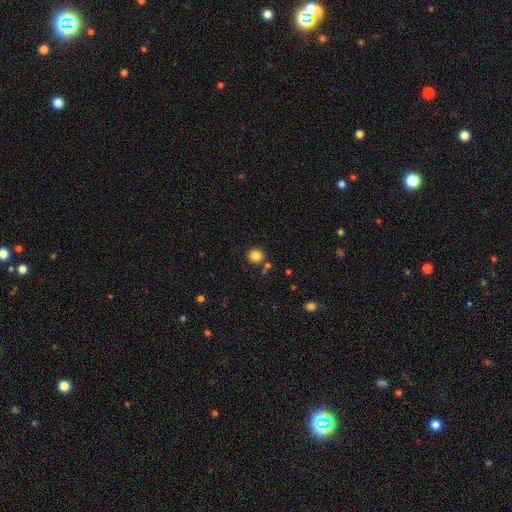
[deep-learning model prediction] The model was most divided on "how rounded": round: 84%, in between: 15%, cigar-shaped: 1%. More confident: smooth or featured — smooth (84%); merging — none (81%).